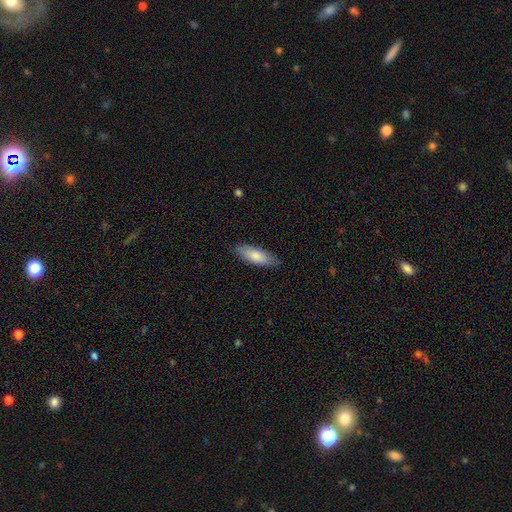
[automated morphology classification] This appears to be a smooth galaxy with no disk features (81%) that is in between round and cigar-shaped (60%). Merging: none (84%).